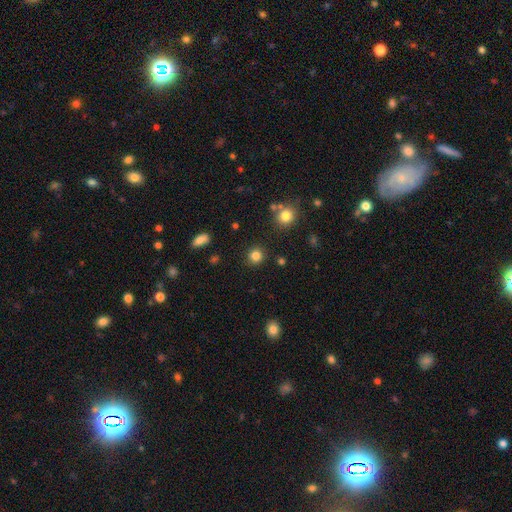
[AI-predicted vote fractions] Q: Smooth or featured?
A: smooth (84%); runner-up: star or artifact (12%)
Q: How rounded?
A: round (91%); runner-up: in between (8%)
Q: Merging?
A: none (89%); runner-up: minor disturbance (6%)